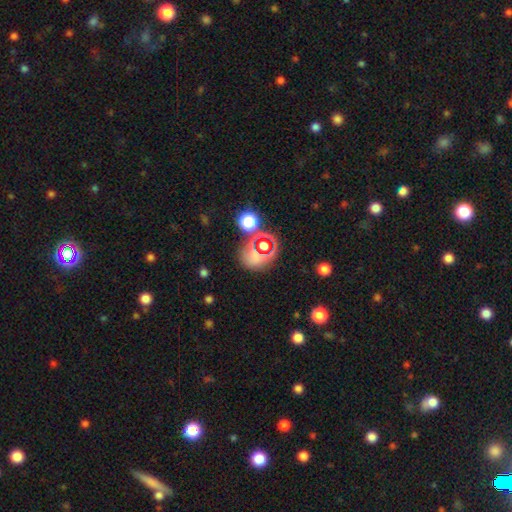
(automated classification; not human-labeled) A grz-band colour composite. It shows a smooth galaxy with no disk features (52%) that is round (68%). Merging: none (59%).